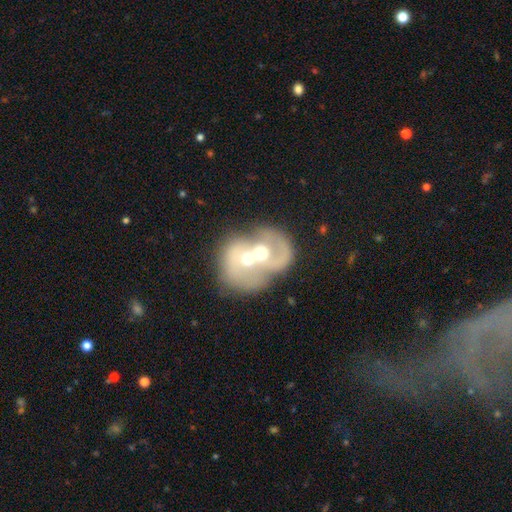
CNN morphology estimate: Overall: featured or disk (61%; smooth 30%). Edge-on disk: no (97%). Bar: no (79%). Spiral arms: no (55%; yes 45%). Bulge size: moderate (71%). Merging: merger (73%).